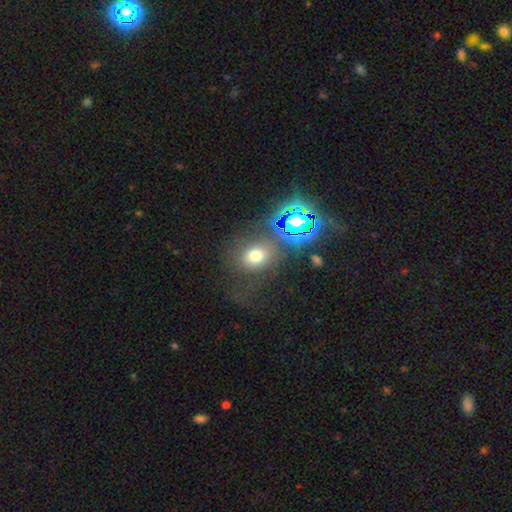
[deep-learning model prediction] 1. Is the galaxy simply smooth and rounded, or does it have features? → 66% smooth, 23% star or artifact, 11% featured or disk.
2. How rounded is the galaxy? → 53% round, 46% in between, 1% cigar-shaped.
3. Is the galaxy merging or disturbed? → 67% none, 14% minor disturbance, 11% major disturbance, 8% merger.